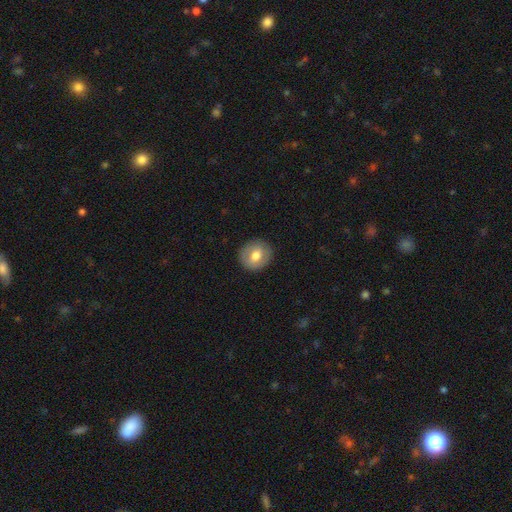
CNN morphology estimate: A smooth galaxy with no disk features (68%) that is round (82%).

Vote fractions:
- Smooth or featured? smooth: 68% / featured or disk: 25% / star or artifact: 7%
- How rounded? round: 82% / in between: 18% / cigar-shaped: 1%
- Merging? none: 89% / minor disturbance: 8% / major disturbance: 2% / merger: 1%